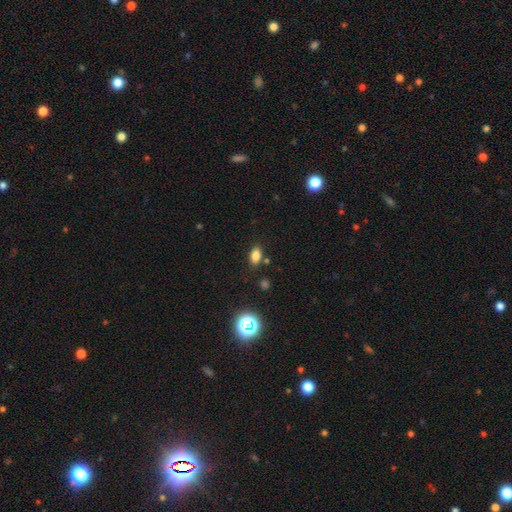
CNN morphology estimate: type=smooth (81%); roundness=in between (86%); merging=none (81%).